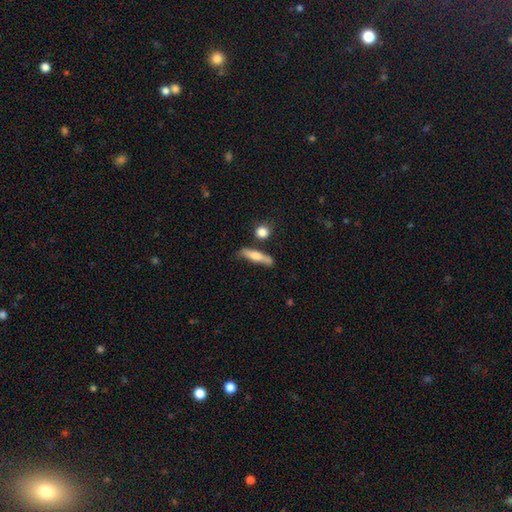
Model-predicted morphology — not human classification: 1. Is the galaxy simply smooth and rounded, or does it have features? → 64% smooth, 29% featured or disk, 7% star or artifact.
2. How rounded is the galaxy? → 74% cigar-shaped, 22% in between, 4% round.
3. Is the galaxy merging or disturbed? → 64% none, 20% minor disturbance, 9% merger, 7% major disturbance.